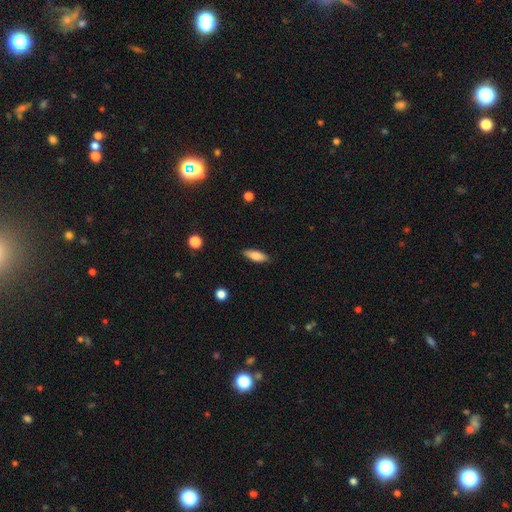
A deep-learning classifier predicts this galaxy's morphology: The model was most divided on "how rounded": in between: 61%, cigar-shaped: 37%, round: 2%. More confident: merging — none (87%); smooth or featured — smooth (77%).